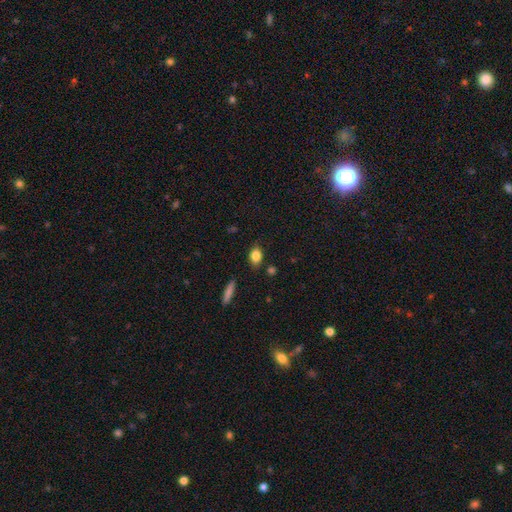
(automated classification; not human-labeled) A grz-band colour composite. It shows a smooth galaxy with no disk features (83%) that is in between round and cigar-shaped (75%). Merging: none (80%).